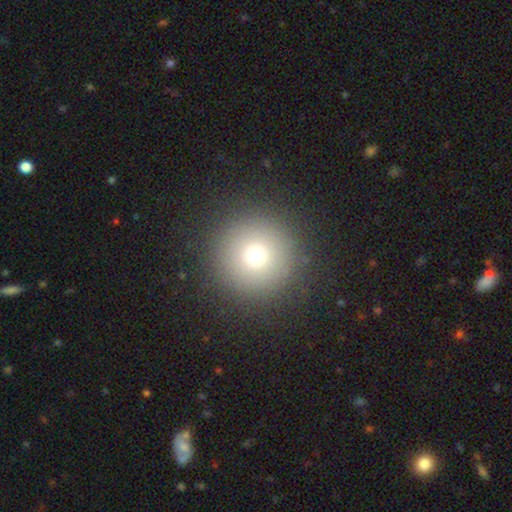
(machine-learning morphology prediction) smooth_or_featured: smooth (p=0.74) [alt: star or artifact p=0.15]
how_rounded: round (p=0.97) [alt: in between p=0.02]
merging: none (p=0.90) [alt: minor disturbance p=0.05]